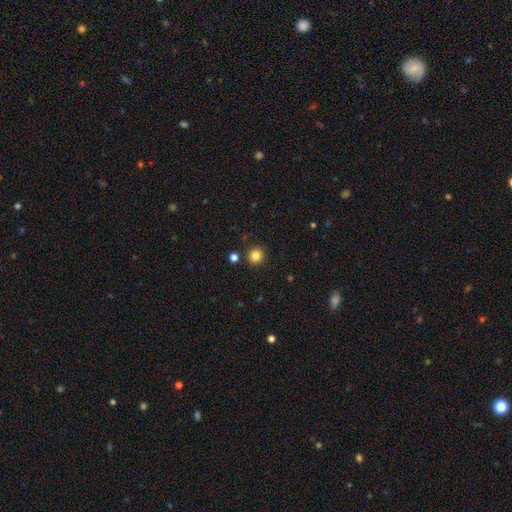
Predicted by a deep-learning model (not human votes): Smooth or featured? smooth (83%)
How rounded? round (94%)
Merging? none (90%)